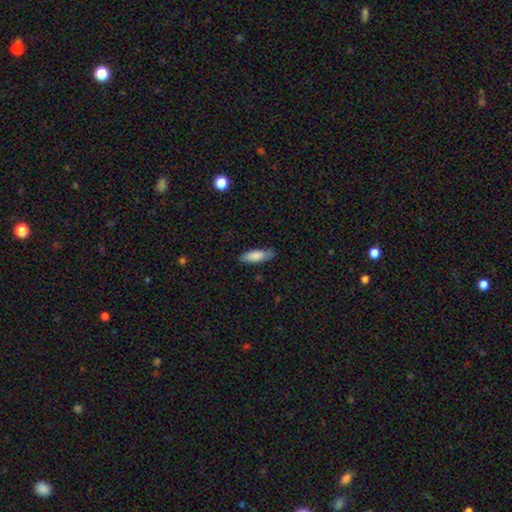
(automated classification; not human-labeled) This is clearly a smooth galaxy (84%). How rounded: possibly in between (54%). Merging: clearly none (82%).